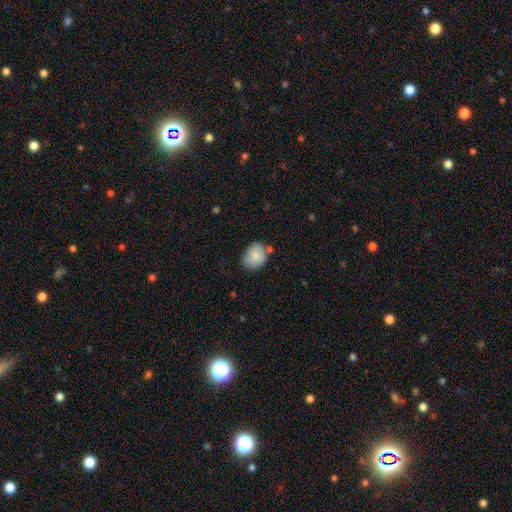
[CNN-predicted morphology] Overall: smooth (85%). How rounded: in between (55%; round 44%). Merging: none (66%).